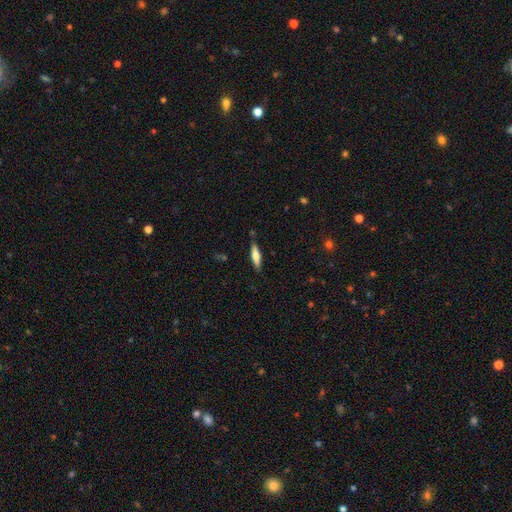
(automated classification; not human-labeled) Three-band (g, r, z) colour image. It shows a smooth galaxy with no disk features (63%) that is cigar-shaped (73%). Merging: none (82%).